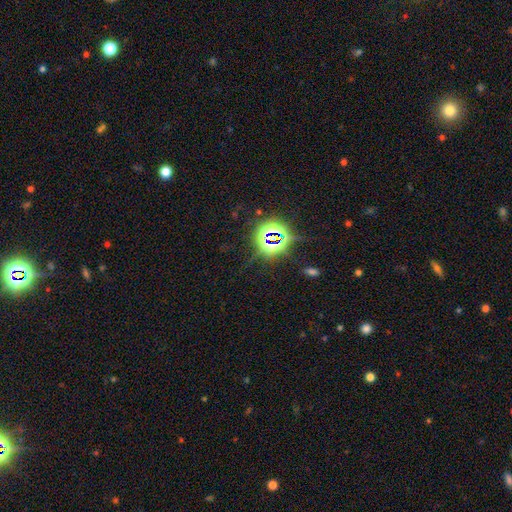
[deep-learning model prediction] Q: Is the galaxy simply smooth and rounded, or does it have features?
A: star or artifact — 81%.